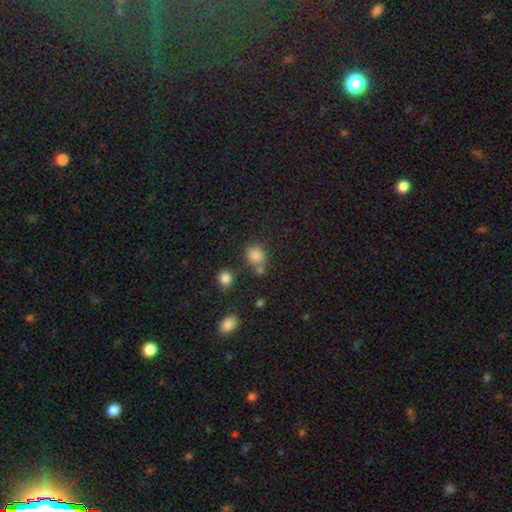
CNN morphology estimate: A smooth galaxy with no disk features (81%) that is round (60%). Merging: none (59%).